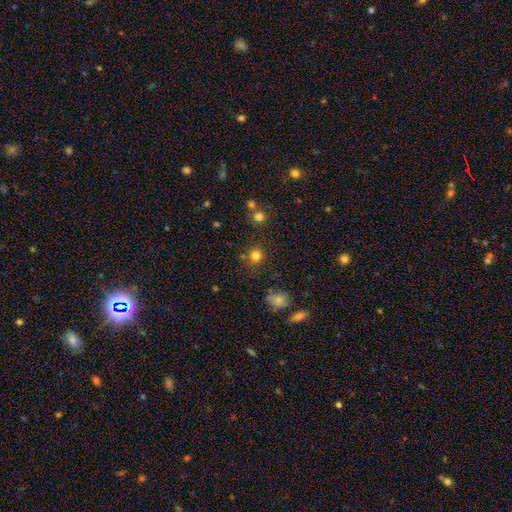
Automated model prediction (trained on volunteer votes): smooth-or-featured: smooth: 78% | star or artifact: 16% | featured or disk: 6%
  how-rounded: round: 90% | in between: 9% | cigar-shaped: 1%
  merging: none: 80% | minor disturbance: 9% | merger: 7% | major disturbance: 4%